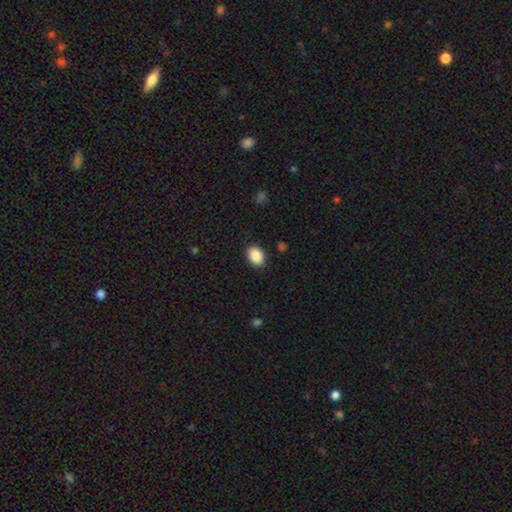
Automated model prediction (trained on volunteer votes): smooth 89%, star or artifact 8%, featured or disk 3%. Down the decision tree: how rounded — in between (66%); merging — none (88%).